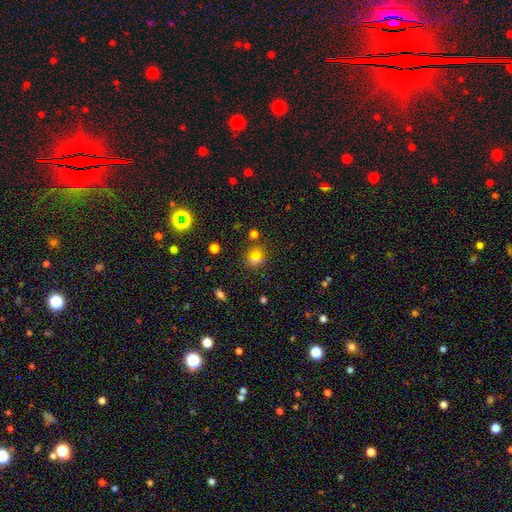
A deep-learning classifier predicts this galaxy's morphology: Smooth or featured? Predicted: smooth (p=0.64). How rounded? Predicted: round (p=0.72). Merging? Predicted: none (p=0.58).